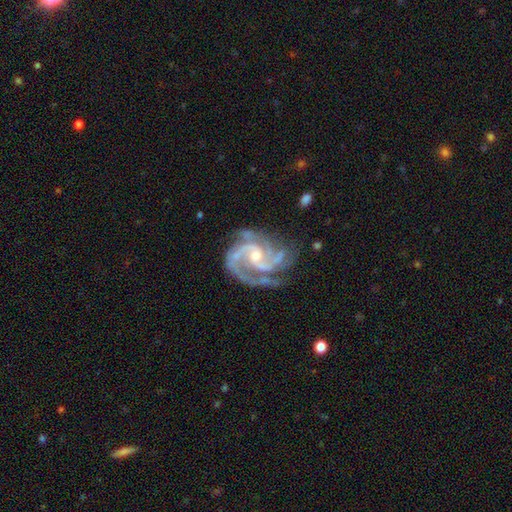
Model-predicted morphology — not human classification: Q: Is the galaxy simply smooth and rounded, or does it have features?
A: featured or disk — 94%.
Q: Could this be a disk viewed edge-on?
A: no — 98%.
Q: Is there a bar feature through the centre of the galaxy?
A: no — 49%.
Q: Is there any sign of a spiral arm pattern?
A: yes — 99%.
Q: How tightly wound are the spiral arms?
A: medium — 50%.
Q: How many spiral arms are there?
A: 3 — 46%.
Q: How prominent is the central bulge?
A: small — 59%.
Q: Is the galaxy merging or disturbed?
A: none — 66%.